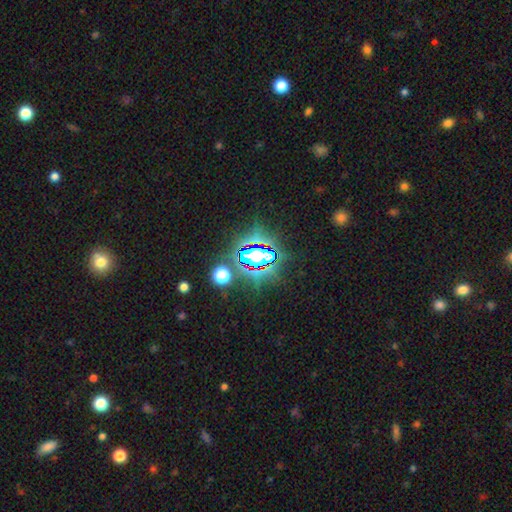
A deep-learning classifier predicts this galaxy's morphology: Smooth or featured? star or artifact (73%)